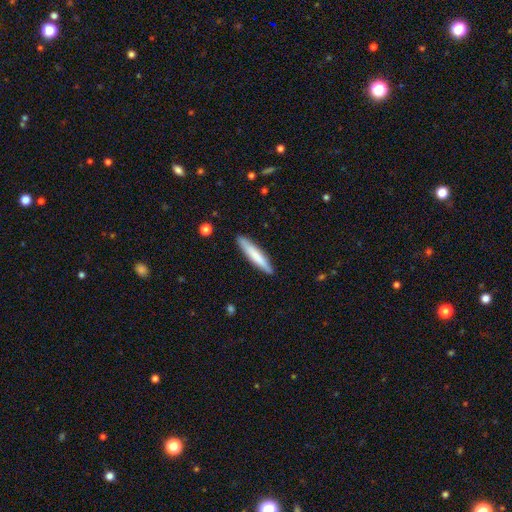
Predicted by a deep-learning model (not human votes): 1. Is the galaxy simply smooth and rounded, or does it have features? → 73% smooth, 22% featured or disk, 5% star or artifact.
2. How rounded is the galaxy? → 91% cigar-shaped, 7% in between, 1% round.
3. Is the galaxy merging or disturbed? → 88% none, 9% minor disturbance, 2% major disturbance, 1% merger.